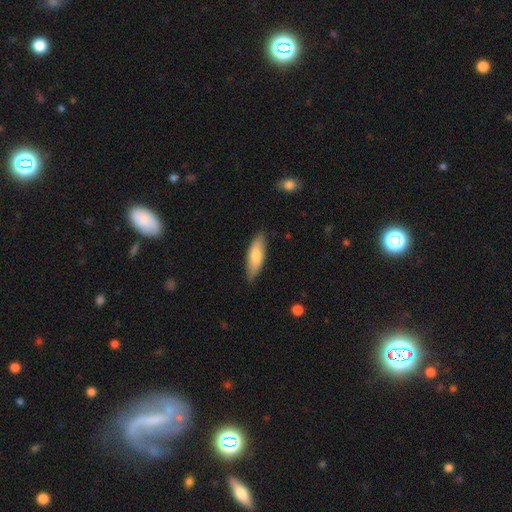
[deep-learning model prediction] A smooth galaxy with no disk features (76%) that is in between round and cigar-shaped (56%).

Vote fractions:
- Smooth or featured? smooth: 76% / featured or disk: 18% / star or artifact: 5%
- How rounded? in between: 56% / cigar-shaped: 42% / round: 2%
- Merging? none: 82% / minor disturbance: 15% / major disturbance: 2% / merger: 1%